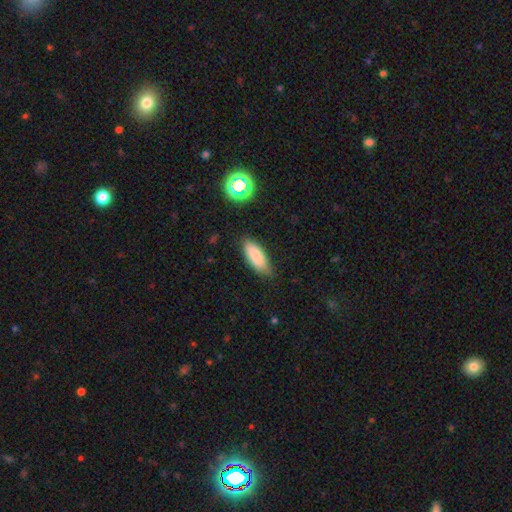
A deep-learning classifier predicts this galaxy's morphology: Q: Smooth or featured?
A: smooth (84%); runner-up: star or artifact (8%)
Q: How rounded?
A: in between (73%); runner-up: cigar-shaped (25%)
Q: Merging?
A: none (78%); runner-up: minor disturbance (18%)